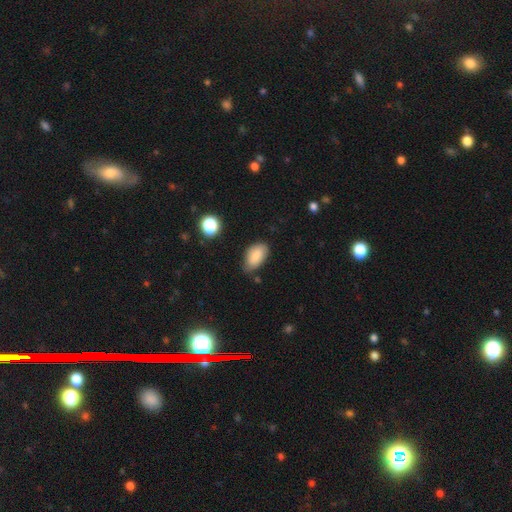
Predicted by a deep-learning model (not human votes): Overall: smooth (85%). How rounded: in between (93%). Merging: none (64%; minor disturbance 29%).